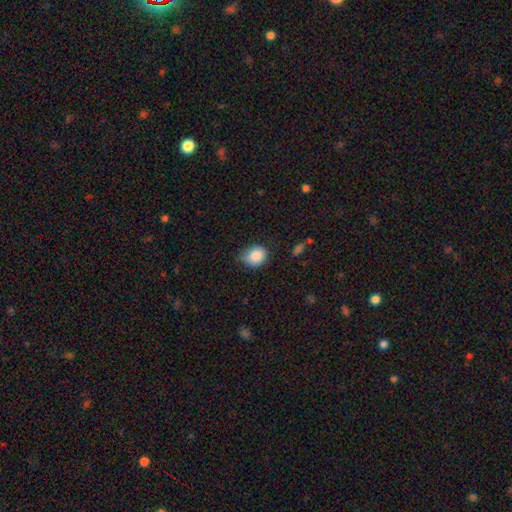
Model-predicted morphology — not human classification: smooth_or_featured: smooth (p=0.87) [alt: star or artifact p=0.08]
how_rounded: round (p=0.60) [alt: in between p=0.39]
merging: none (p=0.63) [alt: minor disturbance p=0.30]